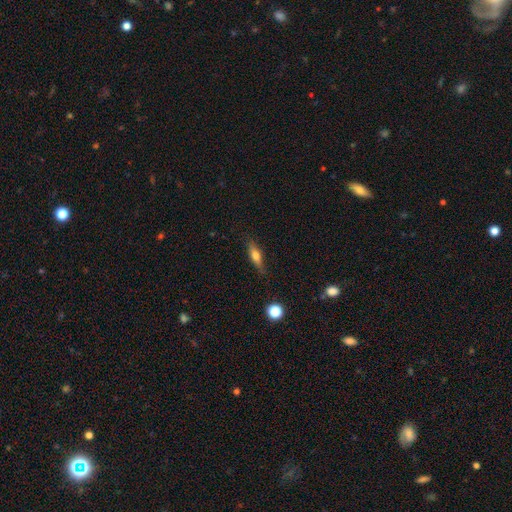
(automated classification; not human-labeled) Smooth or featured: smooth — 59% (featured or disk — 33%)
How rounded: cigar-shaped — 60% (in between — 36%)
Merging: none — 82% (minor disturbance — 13%)